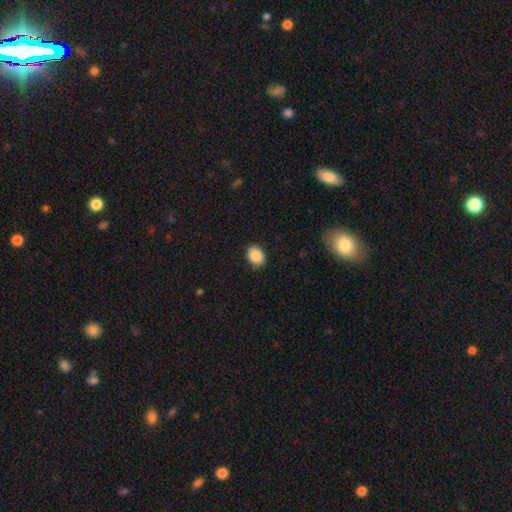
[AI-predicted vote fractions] Morphology: type=smooth (88%); roundness=in between (60%); merging=none (88%).